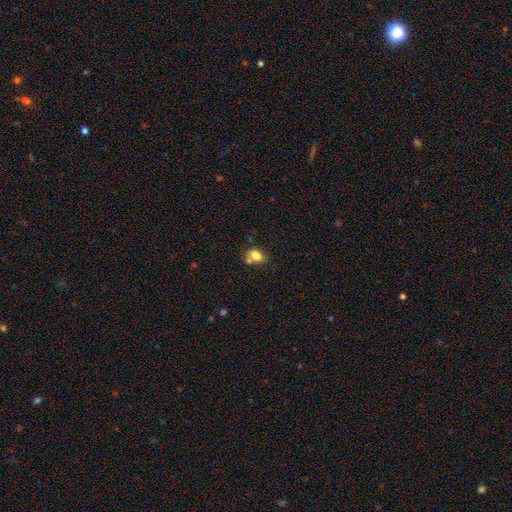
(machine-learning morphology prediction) Smooth or featured? smooth (79%)
How rounded? in between (75%)
Merging? none (51%)